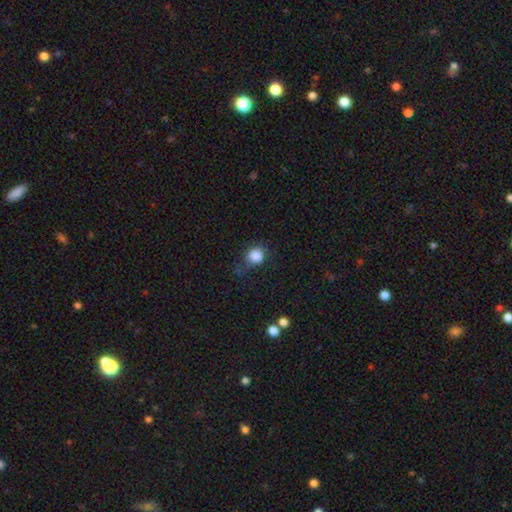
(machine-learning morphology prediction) smooth-or-featured: smooth: 84% | star or artifact: 10% | featured or disk: 6%
  how-rounded: round: 78% | in between: 20% | cigar-shaped: 1%
  merging: none: 56% | minor disturbance: 28% | major disturbance: 13% | merger: 3%